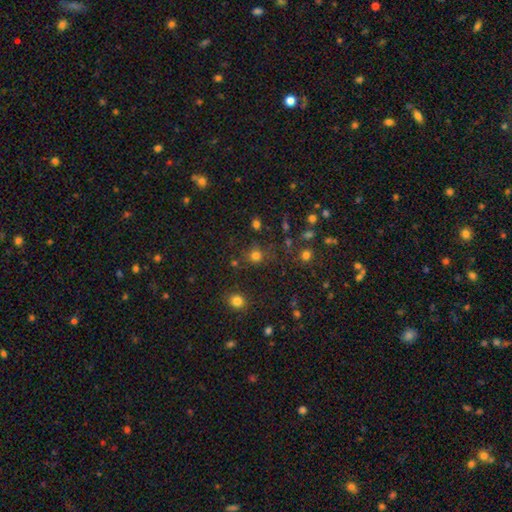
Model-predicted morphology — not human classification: This appears to be a smooth galaxy with no disk features (74%) that is round (89%). Merging: none (77%).